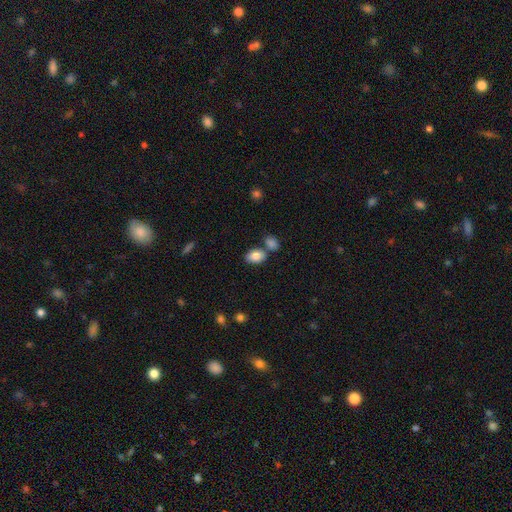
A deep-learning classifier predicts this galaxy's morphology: The model was most divided on "merging": none: 61%, merger: 23%, minor disturbance: 12%, major disturbance: 4%. More confident: how rounded — in between (87%); smooth or featured — smooth (85%).